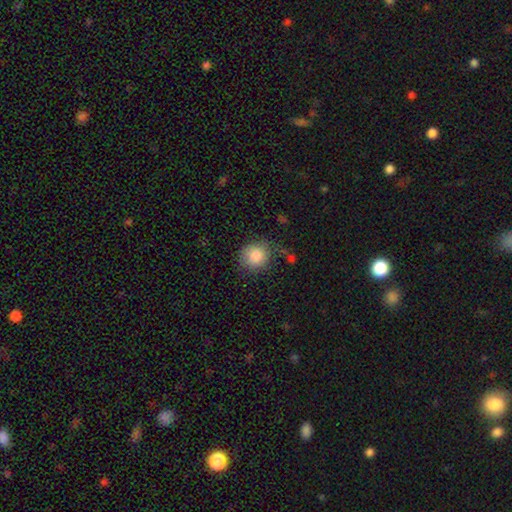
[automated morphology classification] smooth_or_featured: smooth (p=0.85) [alt: star or artifact p=0.08]
how_rounded: round (p=0.86) [alt: in between p=0.13]
merging: none (p=0.71) [alt: minor disturbance p=0.20]